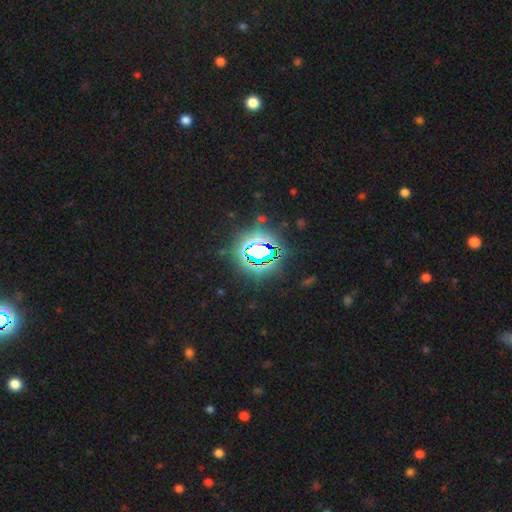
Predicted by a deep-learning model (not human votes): This appears to be a star or artifact, not a galaxy (78%).